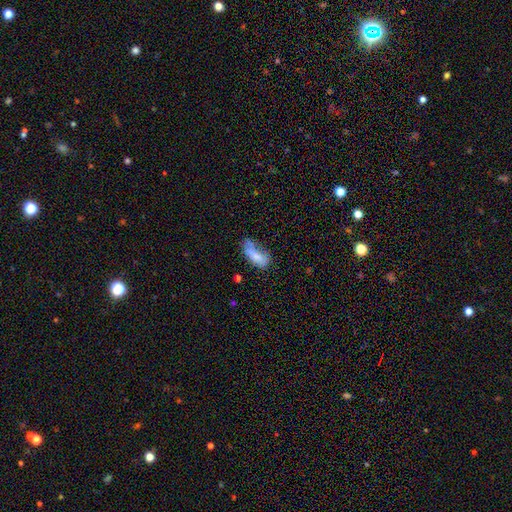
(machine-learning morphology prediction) The model was most divided on "merging": none: 33%, minor disturbance: 31%, major disturbance: 22%, merger: 14%. More confident: how rounded — in between (80%); smooth or featured — smooth (71%).